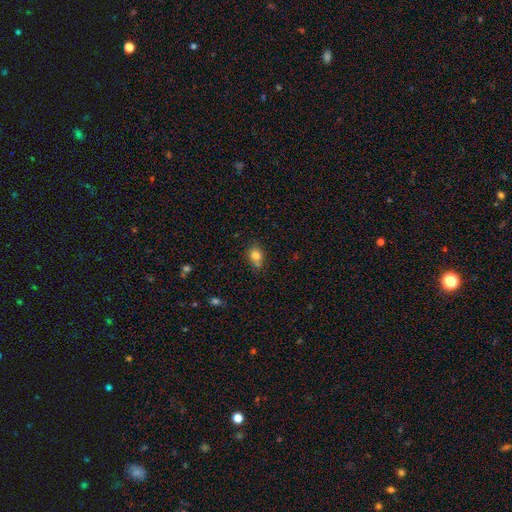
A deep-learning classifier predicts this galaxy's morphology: Q: Smooth or featured?
A: smooth (80%); runner-up: star or artifact (11%)
Q: How rounded?
A: round (50%); runner-up: in between (48%)
Q: Merging?
A: none (65%); runner-up: minor disturbance (21%)